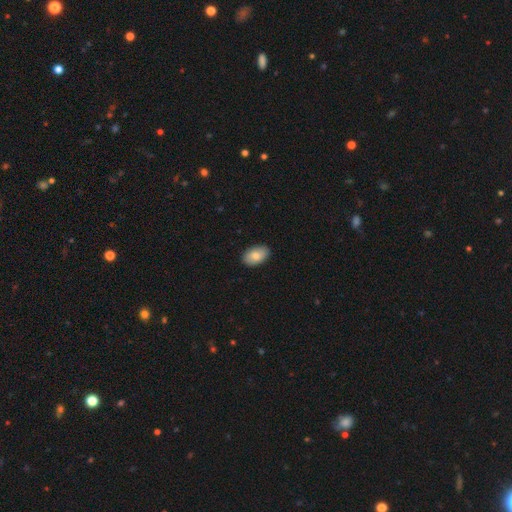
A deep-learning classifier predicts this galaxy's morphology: This appears to be a smooth galaxy with no disk features (83%) that is in between round and cigar-shaped (93%). Merging: none (89%).